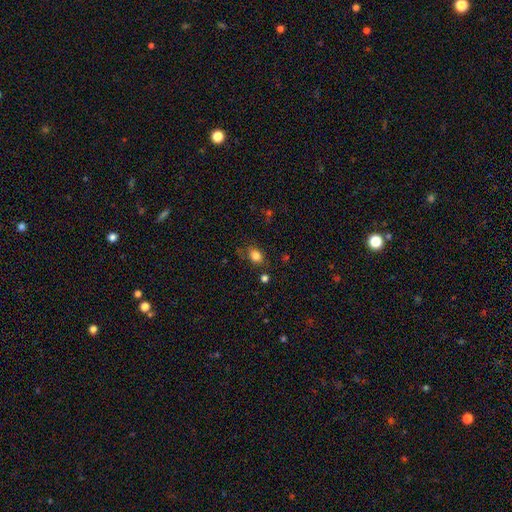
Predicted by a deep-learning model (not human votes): Smooth or featured?
  - smooth: 82% *
  - star or artifact: 11%
  - featured or disk: 6%
How rounded?
  - in between: 58% *
  - round: 41%
  - cigar-shaped: 1%
Merging?
  - none: 74% *
  - minor disturbance: 18%
  - major disturbance: 5%
  - merger: 3%